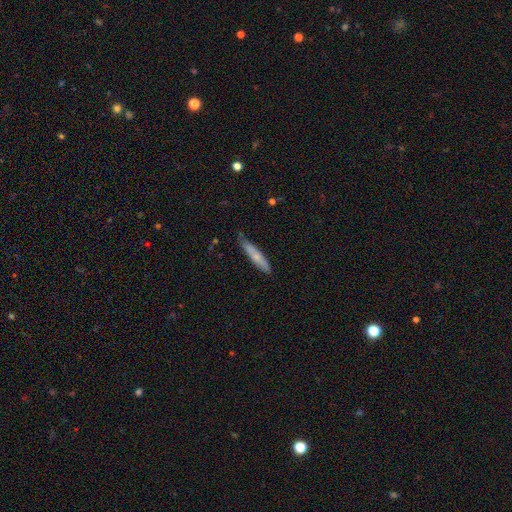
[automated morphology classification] Smooth or featured?
  - smooth: 62% *
  - featured or disk: 33%
  - star or artifact: 6%
How rounded?
  - cigar-shaped: 90% *
  - in between: 9%
  - round: 2%
Merging?
  - none: 75% *
  - minor disturbance: 20%
  - major disturbance: 3%
  - merger: 2%